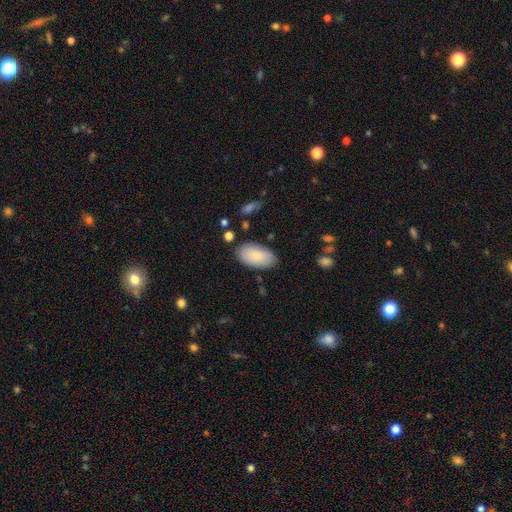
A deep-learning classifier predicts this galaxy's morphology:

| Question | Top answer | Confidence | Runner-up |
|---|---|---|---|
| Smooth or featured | smooth | 80% | featured or disk (13%) |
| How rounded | in between | 95% | round (3%) |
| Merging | none | 83% | minor disturbance (13%) |